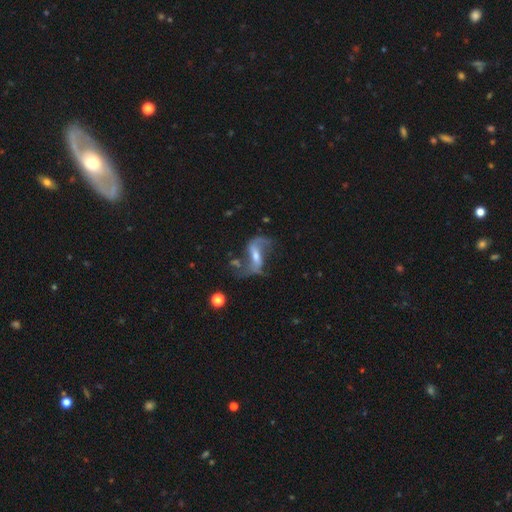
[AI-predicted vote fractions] The model was most divided on "bulge size" (2-way tie): small: 43%, moderate: 43%, none: 8%, large: 4%, dominant: 1%. Remaining: edge-on disk — no (91%); spiral arms — yes (90%); spiral arm count — 2 (88%); smooth or featured — featured or disk (82%); spiral winding — loose (79%); merging — none (53%); bar — strong (44%).